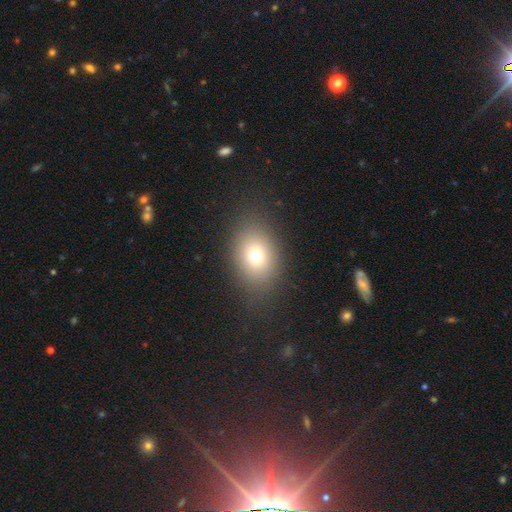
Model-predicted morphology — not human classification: type=smooth (71%); roundness=in between (59%); merging=none (81%).